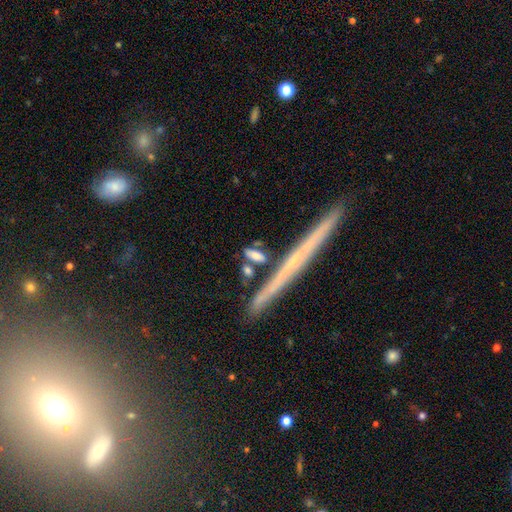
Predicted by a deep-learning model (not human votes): A smooth galaxy with no disk features (72%) that is in between round and cigar-shaped (56%).

Vote fractions:
- Smooth or featured? smooth: 72% / featured or disk: 21% / star or artifact: 7%
- How rounded? in between: 56% / cigar-shaped: 39% / round: 5%
- Merging? none: 68% / minor disturbance: 15% / merger: 12% / major disturbance: 5%